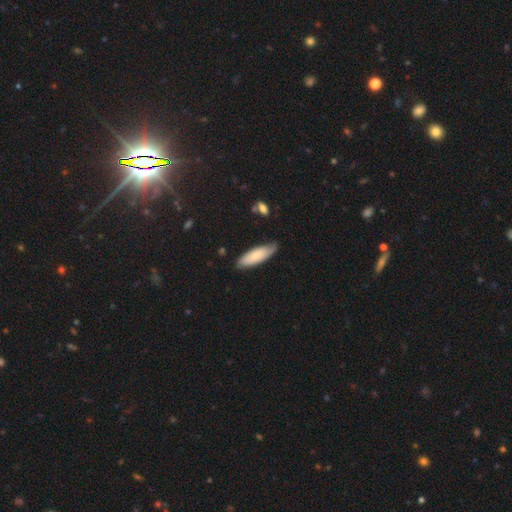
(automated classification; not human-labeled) A smooth galaxy with no disk features (74%) that is in between round and cigar-shaped (54%).

Vote fractions:
- Smooth or featured? smooth: 74% / featured or disk: 21% / star or artifact: 6%
- How rounded? in between: 54% / cigar-shaped: 44% / round: 1%
- Merging? none: 75% / minor disturbance: 20% / major disturbance: 3% / merger: 2%